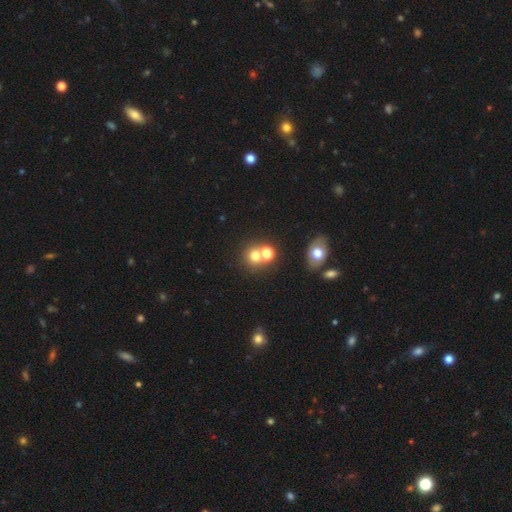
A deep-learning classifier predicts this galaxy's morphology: Q: Smooth or featured?
A: smooth (69%); runner-up: star or artifact (18%)
Q: How rounded?
A: round (82%); runner-up: in between (17%)
Q: Merging?
A: none (51%); runner-up: merger (39%)